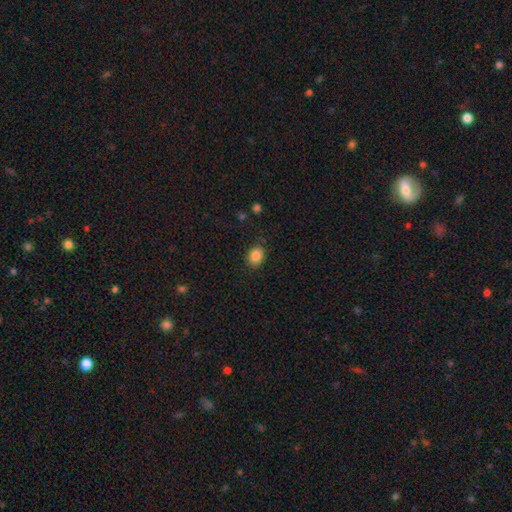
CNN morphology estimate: smooth 87%, star or artifact 9%, featured or disk 4%. Down the decision tree: how rounded — in between (64%); merging — none (82%).